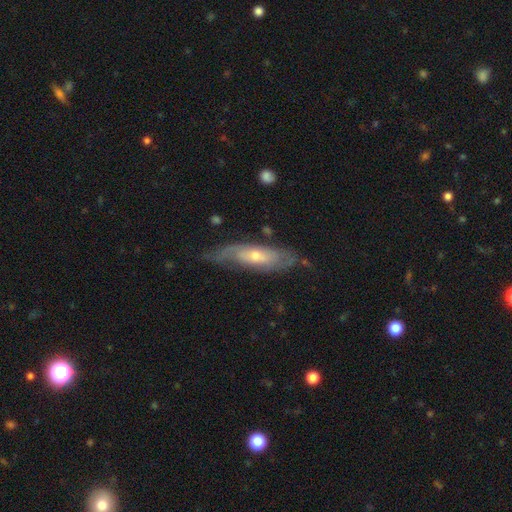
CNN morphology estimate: smooth_or_featured: featured or disk (p=0.66) [alt: smooth p=0.29]
disk_edge_on: no (p=0.71) [alt: yes p=0.29]
merging: none (p=0.60) [alt: minor disturbance p=0.26]